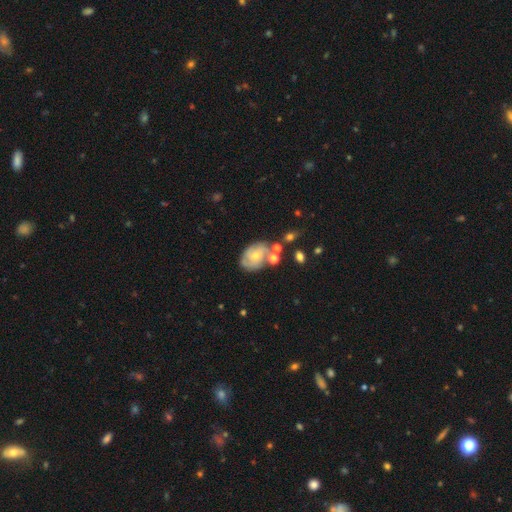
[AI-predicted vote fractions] Overall: featured or disk (60%; smooth 32%). Edge-on disk: no (97%). Bar: no (75%). Spiral arms: yes (78%). Bulge size: small (63%; moderate 31%). Merging: none (55%; minor disturbance 23%).